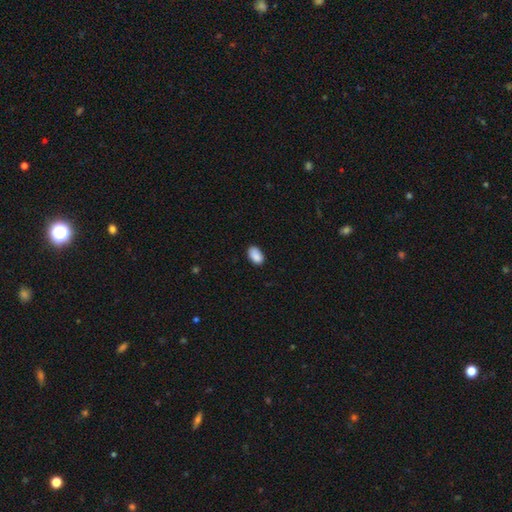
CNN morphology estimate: smooth 89%, star or artifact 8%, featured or disk 4%. Down the decision tree: how rounded — in between (92%); merging — none (80%).